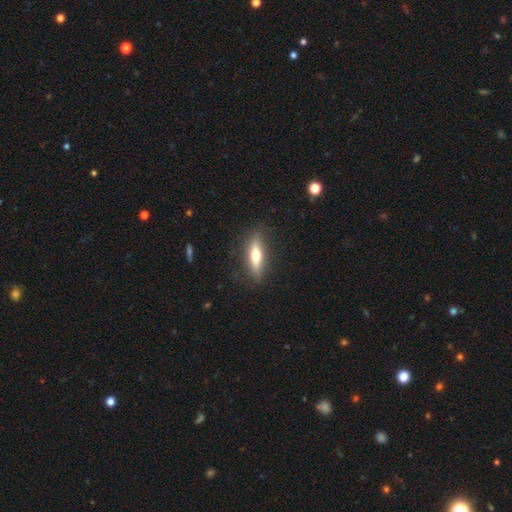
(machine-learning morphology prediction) Smooth or featured?
  - smooth: 54% *
  - featured or disk: 39%
  - star or artifact: 6%
How rounded?
  - cigar-shaped: 65% *
  - in between: 33%
  - round: 2%
Merging?
  - none: 84% *
  - minor disturbance: 11%
  - major disturbance: 3%
  - merger: 1%